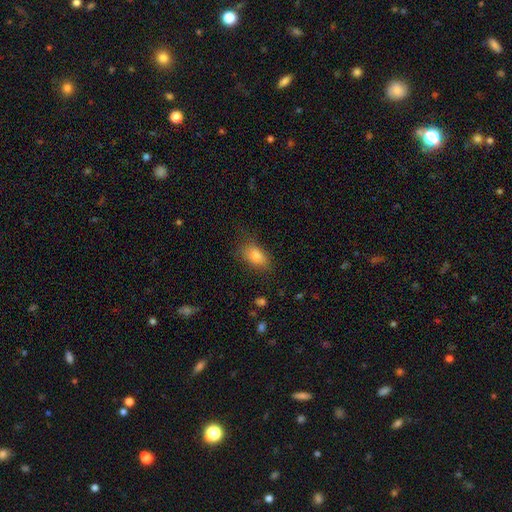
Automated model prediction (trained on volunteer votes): Morphology: type=smooth (82%); roundness=in between (87%); merging=none (71%).